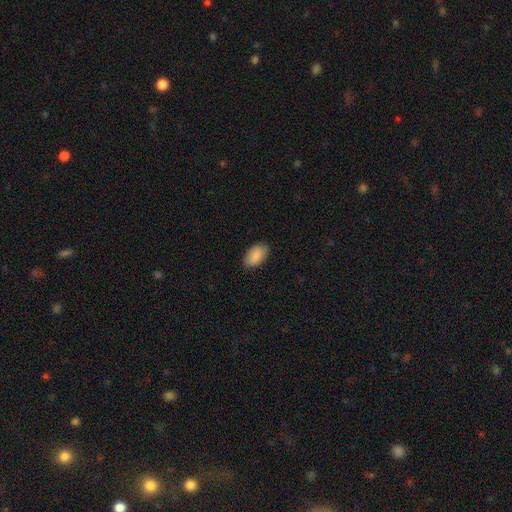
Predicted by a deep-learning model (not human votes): Smooth or featured?
  - smooth: 89% *
  - star or artifact: 6%
  - featured or disk: 5%
How rounded?
  - in between: 94% *
  - round: 4%
  - cigar-shaped: 2%
Merging?
  - none: 83% *
  - minor disturbance: 13%
  - major disturbance: 3%
  - merger: 1%